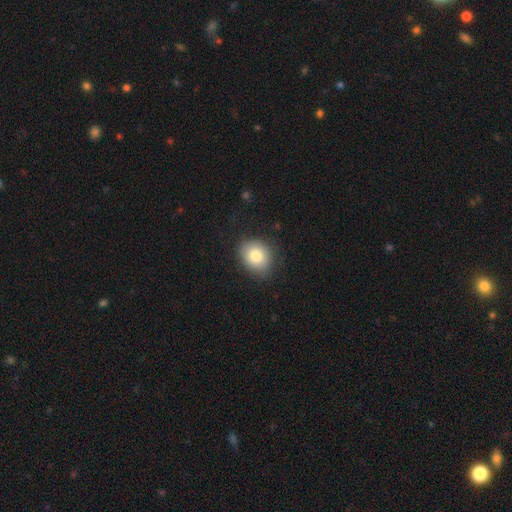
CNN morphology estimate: type=smooth (81%); roundness=round (56%); merging=none (81%).